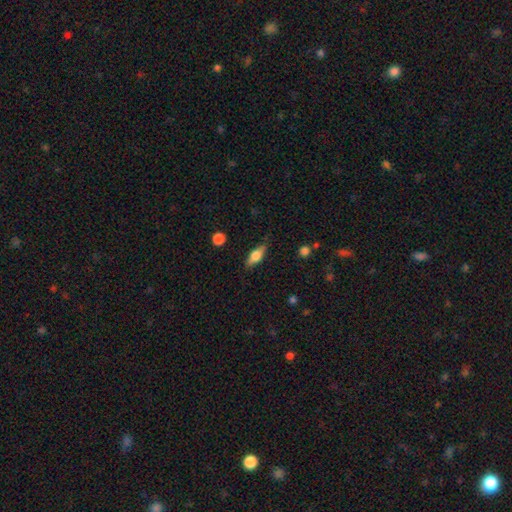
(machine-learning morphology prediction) Smooth or featured: smooth — 63% (featured or disk — 30%)
How rounded: in between — 67% (cigar-shaped — 30%)
Merging: none — 82% (minor disturbance — 14%)